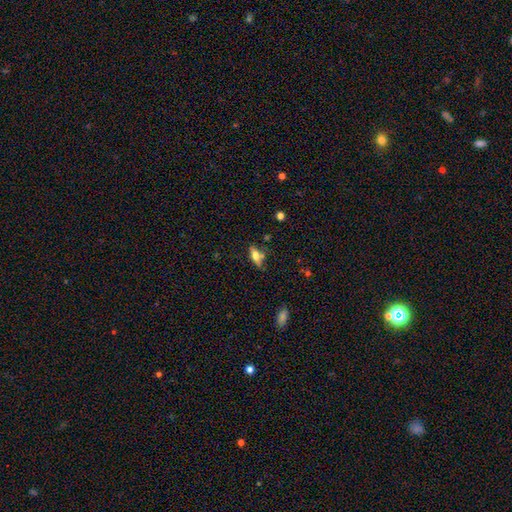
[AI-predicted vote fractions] smooth_or_featured: smooth (p=0.57) [alt: featured or disk p=0.34]
how_rounded: in between (p=0.69) [alt: cigar-shaped p=0.27]
merging: none (p=0.63) [alt: minor disturbance p=0.18]